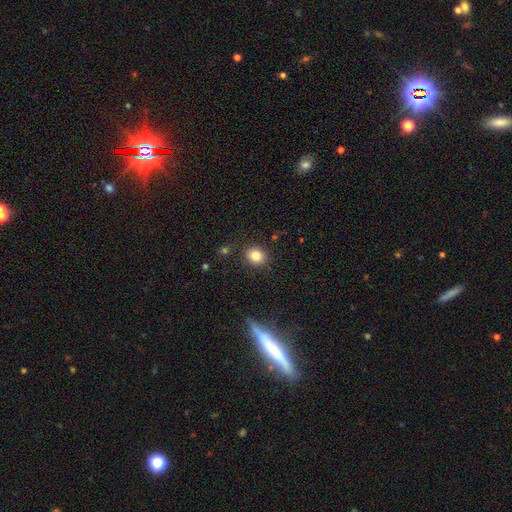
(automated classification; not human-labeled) Smooth or featured? smooth (81%)
How rounded? round (77%)
Merging? none (87%)